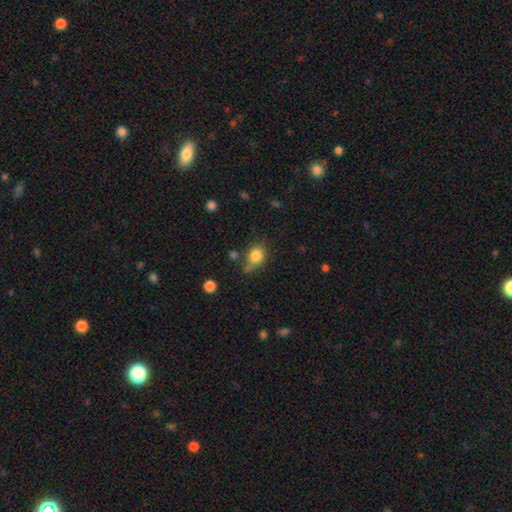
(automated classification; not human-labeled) Smooth or featured? smooth (83%)
How rounded? round (72%)
Merging? none (63%)